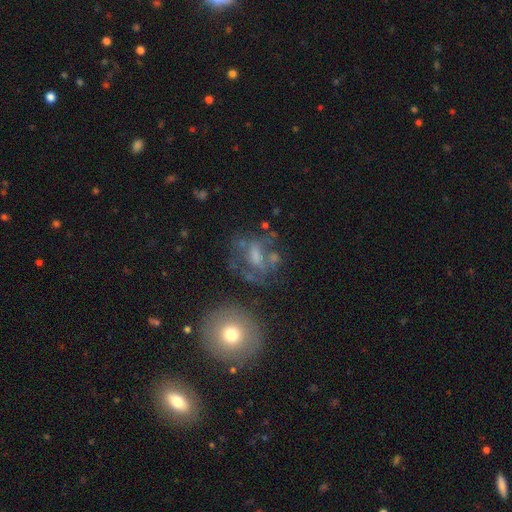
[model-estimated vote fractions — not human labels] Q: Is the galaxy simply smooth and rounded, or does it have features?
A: featured or disk — 53%.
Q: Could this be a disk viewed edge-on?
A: no — 95%.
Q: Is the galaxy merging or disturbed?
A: none — 55%.